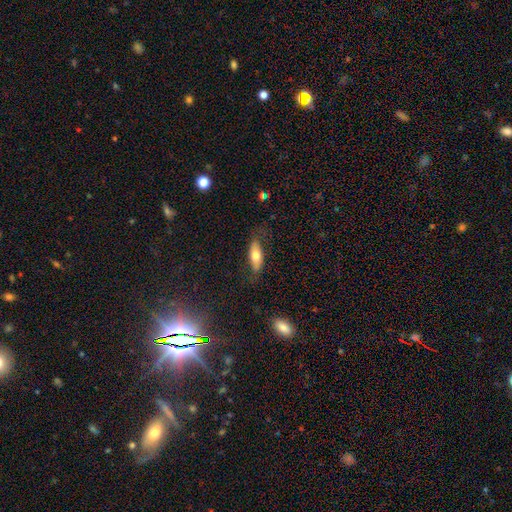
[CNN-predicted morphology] smooth 66%, featured or disk 28%, star or artifact 6%. Down the decision tree: how rounded — in between (68%); merging — none (74%).